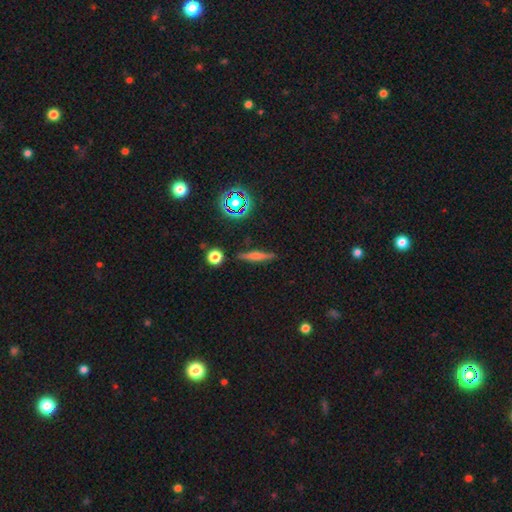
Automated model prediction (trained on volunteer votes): Smooth or featured? Predicted: featured or disk (p=0.47). Merging? Predicted: none (p=0.88).